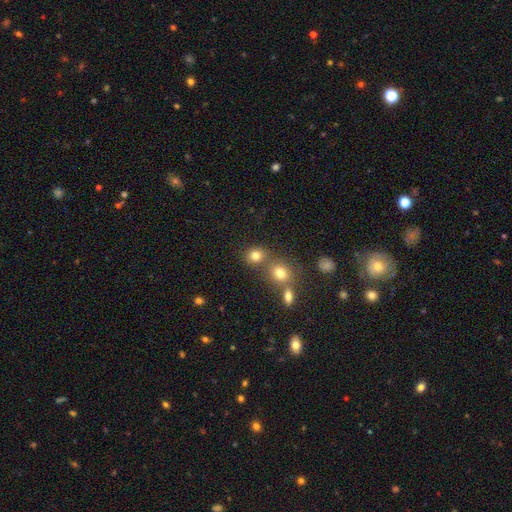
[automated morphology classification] Smooth or featured? smooth (78%)
How rounded? round (76%)
Merging? none (59%)